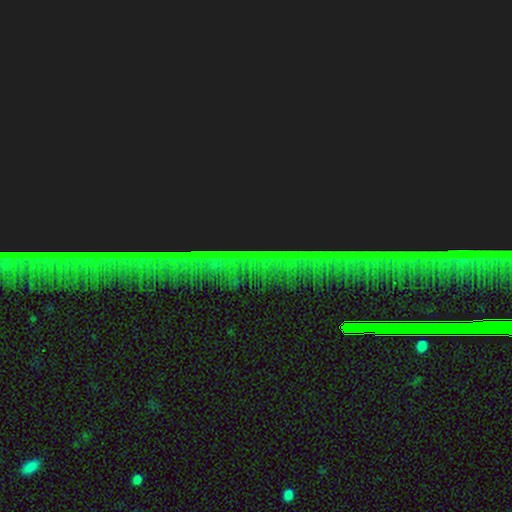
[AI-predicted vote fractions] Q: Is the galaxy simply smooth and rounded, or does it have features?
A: star or artifact — 85%.